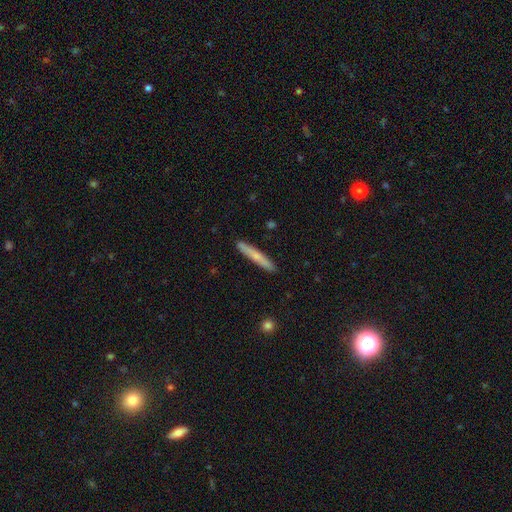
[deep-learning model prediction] The model was most divided on "smooth or featured": smooth: 63%, featured or disk: 31%, star or artifact: 6%. More confident: how rounded — cigar-shaped (95%); merging — none (90%).